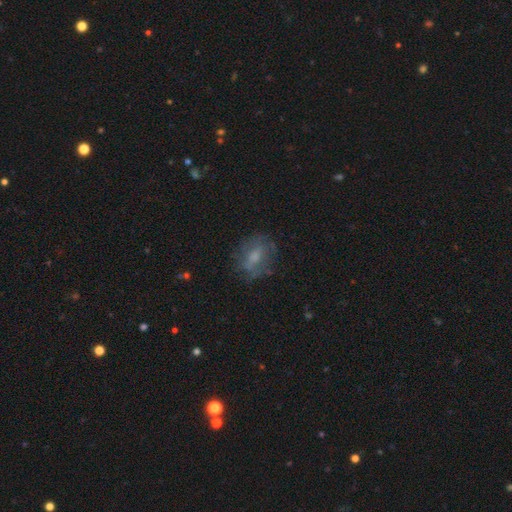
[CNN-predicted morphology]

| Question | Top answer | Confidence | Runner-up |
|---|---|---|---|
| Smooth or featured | smooth | 50% | featured or disk (38%) |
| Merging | none | 70% | minor disturbance (19%) |